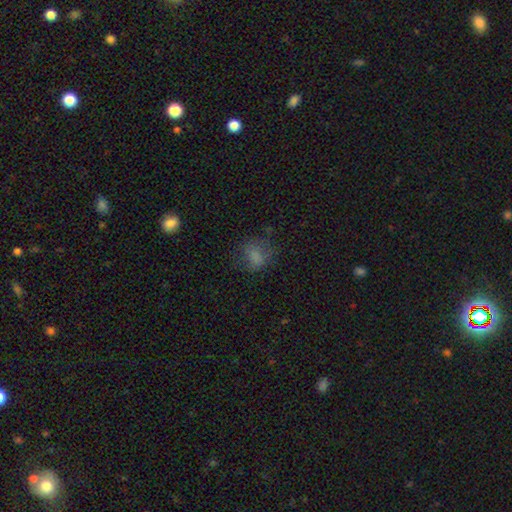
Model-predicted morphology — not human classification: The model was most divided on "how rounded": in between: 50%, round: 49%, cigar-shaped: 2%. More confident: smooth or featured — smooth (70%); merging — none (58%).